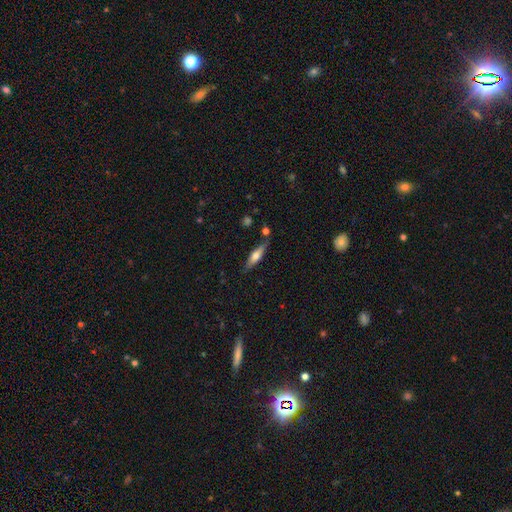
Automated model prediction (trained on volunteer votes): Smooth or featured: smooth — 47% (featured or disk — 46%)
Merging: none — 77% (minor disturbance — 14%)